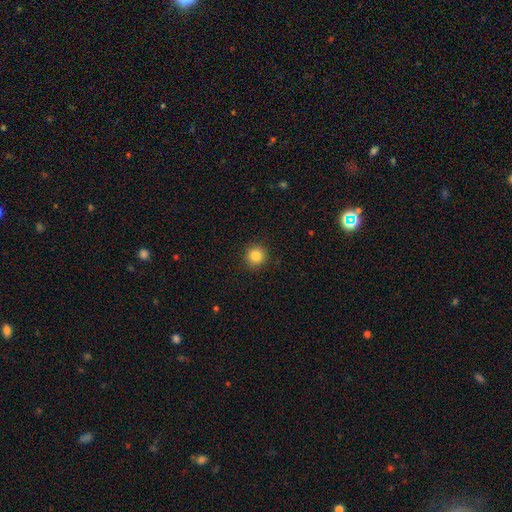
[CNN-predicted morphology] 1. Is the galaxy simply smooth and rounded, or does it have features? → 84% smooth, 11% star or artifact, 5% featured or disk.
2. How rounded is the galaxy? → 93% round, 6% in between, 1% cigar-shaped.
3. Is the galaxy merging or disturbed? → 91% none, 6% minor disturbance, 2% major disturbance, 1% merger.